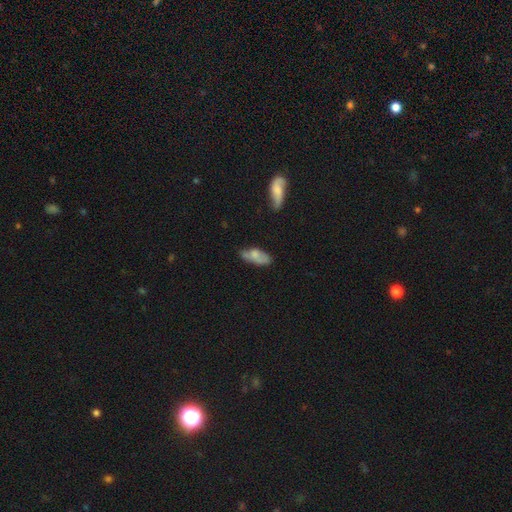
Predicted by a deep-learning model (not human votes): A smooth galaxy with no disk features (64%) that is in between round and cigar-shaped (82%).

Vote fractions:
- Smooth or featured? smooth: 64% / featured or disk: 29% / star or artifact: 7%
- How rounded? in between: 82% / cigar-shaped: 15% / round: 3%
- Merging? none: 48% / minor disturbance: 34% / major disturbance: 11% / merger: 7%